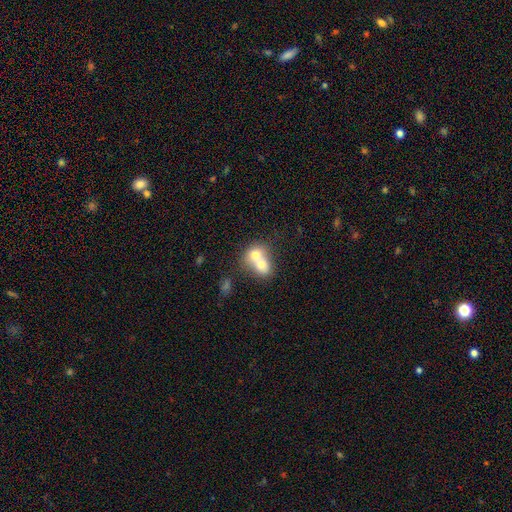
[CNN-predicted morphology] Overall: smooth (66%). How rounded: round (59%; in between 40%). Merging: merger (76%).